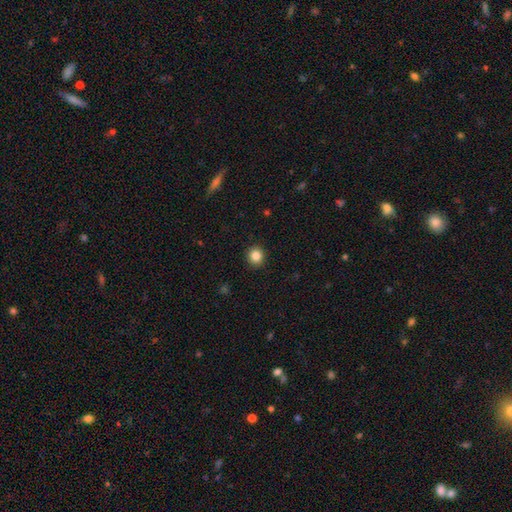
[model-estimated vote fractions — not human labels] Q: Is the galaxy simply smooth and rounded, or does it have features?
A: smooth — 85%.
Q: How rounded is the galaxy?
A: round — 90%.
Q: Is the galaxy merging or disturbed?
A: none — 92%.